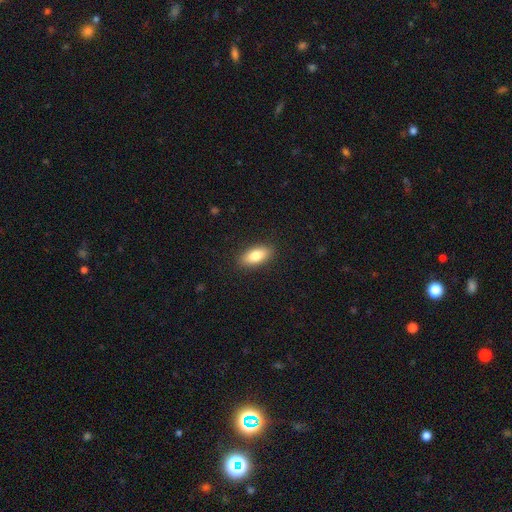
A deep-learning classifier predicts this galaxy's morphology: The model was most divided on "smooth or featured": smooth: 82%, featured or disk: 12%, star or artifact: 7%. More confident: merging — none (89%); how rounded — in between (85%).